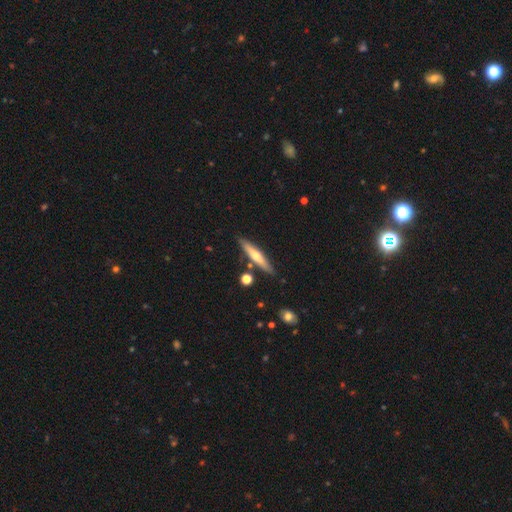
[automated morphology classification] smooth-or-featured: featured or disk: 50% | smooth: 43% | star or artifact: 6%
  disk-edge-on: yes: 92% | no: 8%
  merging: none: 83% | minor disturbance: 10% | merger: 5% | major disturbance: 2%